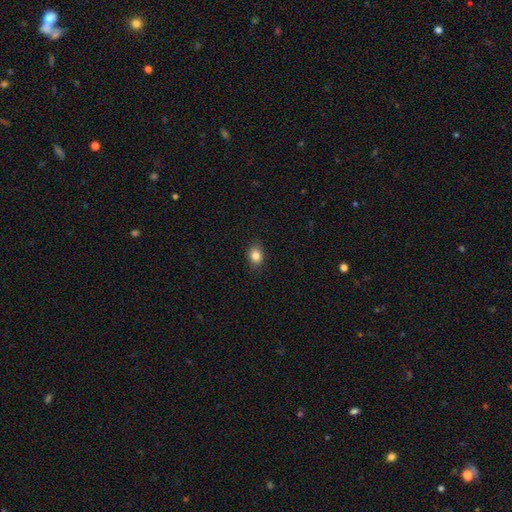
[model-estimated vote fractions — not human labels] smooth_or_featured: smooth (p=0.85) [alt: star or artifact p=0.10]
how_rounded: in between (p=0.59) [alt: round p=0.40]
merging: none (p=0.87) [alt: minor disturbance p=0.09]